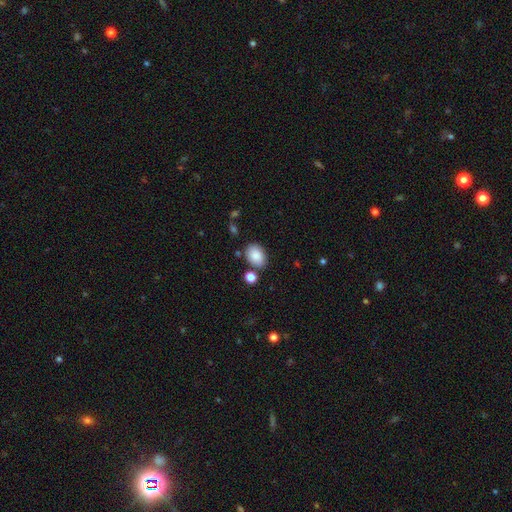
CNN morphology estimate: Smooth or featured? Predicted: smooth (p=0.87). How rounded? Predicted: in between (p=0.79). Merging? Predicted: none (p=0.77).